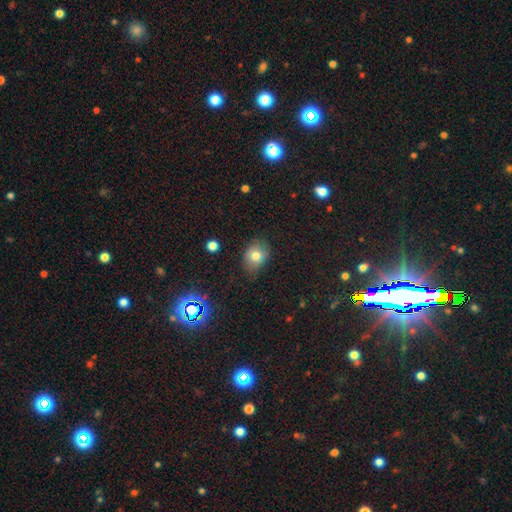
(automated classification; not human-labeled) The model was most divided on "how rounded": in between: 50%, round: 49%, cigar-shaped: 1%. More confident: smooth or featured — smooth (77%); merging — none (73%).